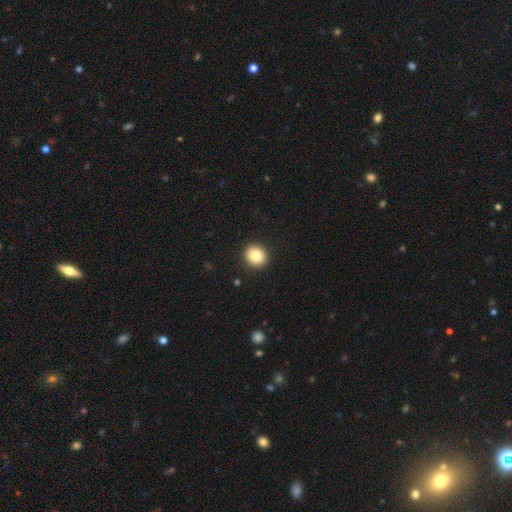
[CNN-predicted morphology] This is clearly a smooth galaxy (86%). How rounded: clearly round (81%). Merging: clearly none (91%).